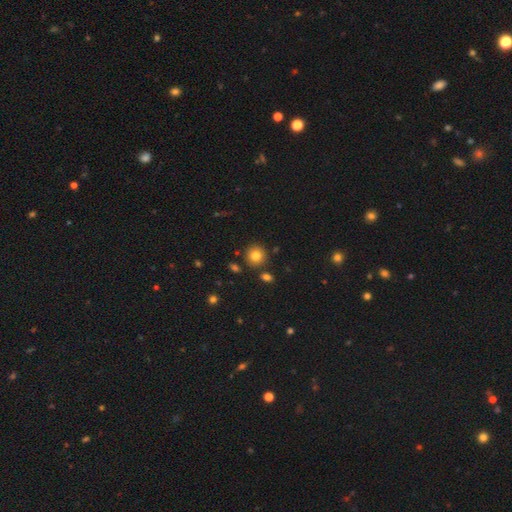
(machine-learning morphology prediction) A smooth galaxy with no disk features (81%) that is round (91%). Merging: none (85%).